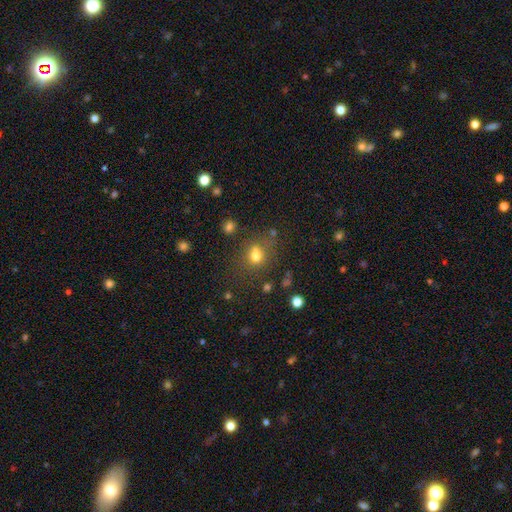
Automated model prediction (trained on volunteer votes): This is likely a smooth galaxy (70%). How rounded: likely round (77%). Merging: possibly none (59%).